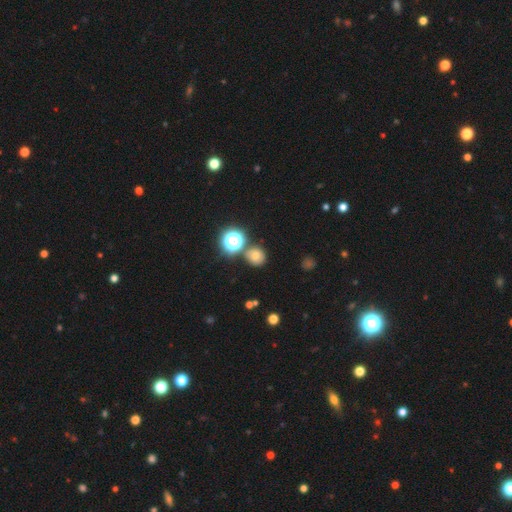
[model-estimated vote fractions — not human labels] This appears to be a smooth galaxy with no disk features (68%) that is round (85%). Merging: none (78%).